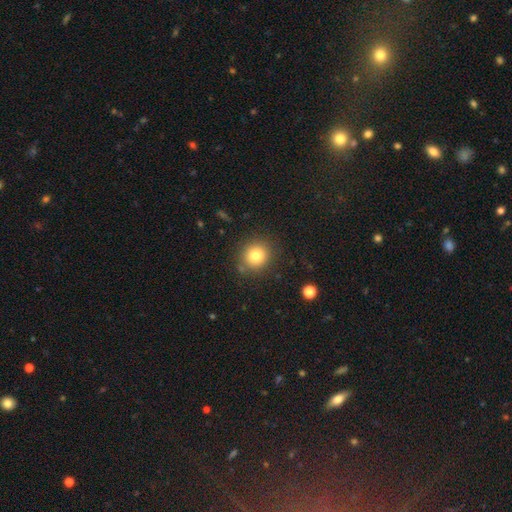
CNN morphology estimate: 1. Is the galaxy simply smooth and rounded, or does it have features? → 79% smooth, 12% star or artifact, 9% featured or disk.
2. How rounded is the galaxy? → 86% round, 13% in between, 1% cigar-shaped.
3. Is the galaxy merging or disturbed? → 83% none, 10% minor disturbance, 3% merger, 3% major disturbance.